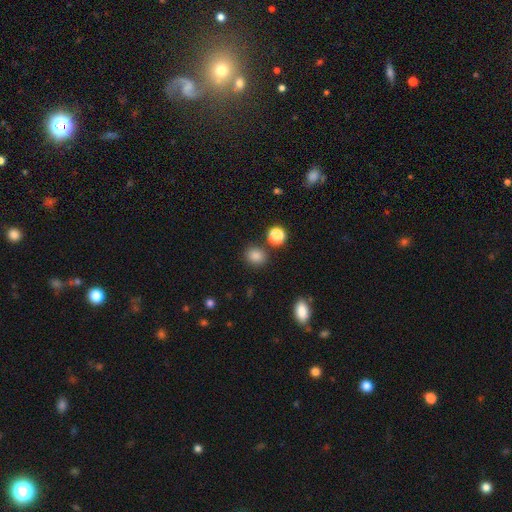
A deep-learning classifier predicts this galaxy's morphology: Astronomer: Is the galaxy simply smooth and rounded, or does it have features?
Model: smooth — 85%.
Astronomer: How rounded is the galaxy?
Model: round — 71%.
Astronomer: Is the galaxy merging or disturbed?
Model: none — 82%.